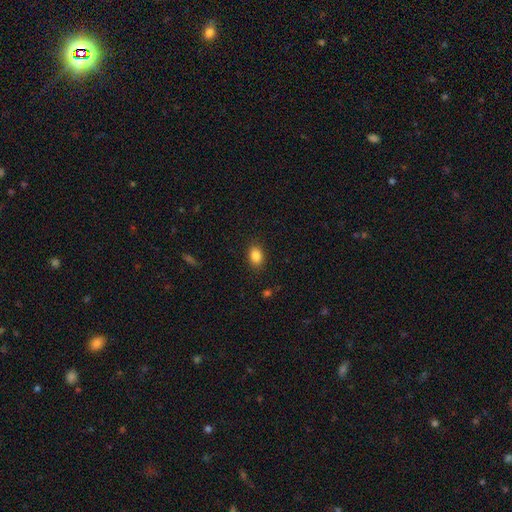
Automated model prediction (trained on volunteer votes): Overall: smooth (85%). How rounded: in between (73%). Merging: none (87%).